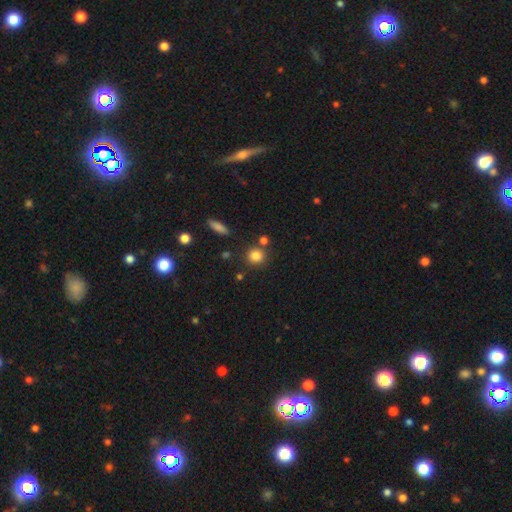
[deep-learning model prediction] A smooth galaxy with no disk features (83%) that is round (87%). Merging: none (78%).